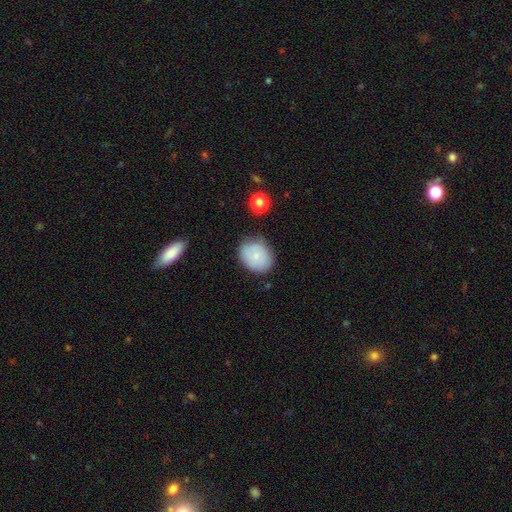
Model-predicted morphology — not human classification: This is likely a smooth galaxy (73%). How rounded: possibly round (53%). Merging: likely none (73%).